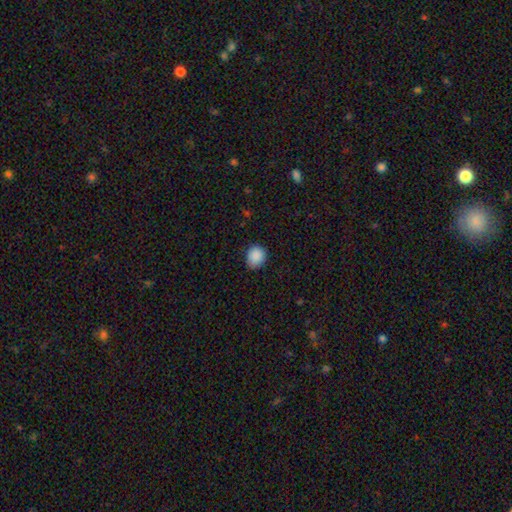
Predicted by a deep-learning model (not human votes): This is clearly a smooth galaxy (89%). How rounded: likely round (72%). Merging: likely none (80%).